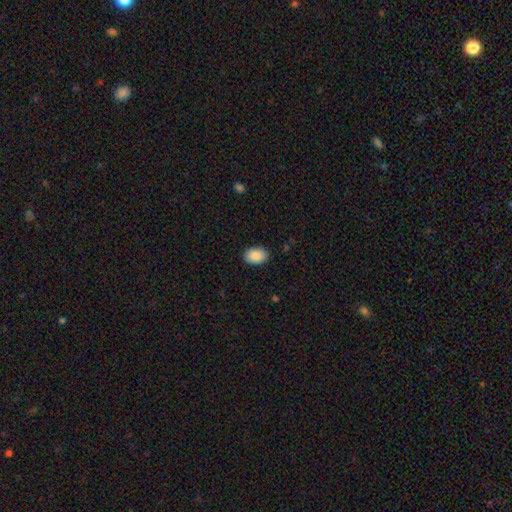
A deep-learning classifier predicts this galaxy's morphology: smooth-or-featured: smooth: 88% | star or artifact: 7% | featured or disk: 5%
  how-rounded: in between: 84% | round: 15% | cigar-shaped: 1%
  merging: none: 89% | minor disturbance: 8% | major disturbance: 2% | merger: 1%